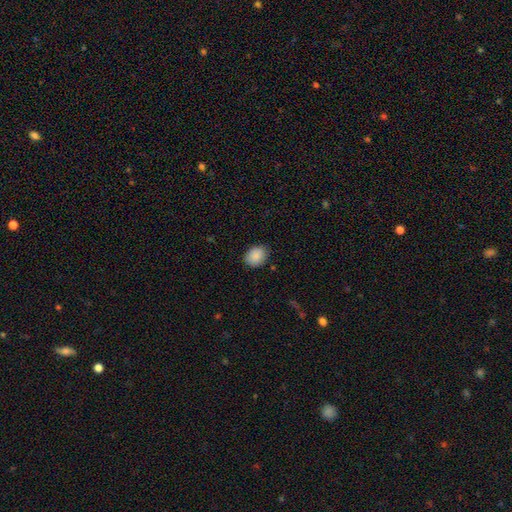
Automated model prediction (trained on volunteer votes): Smooth or featured? Predicted: smooth (p=0.89). How rounded? Predicted: in between (p=0.56). Merging? Predicted: none (p=0.81).